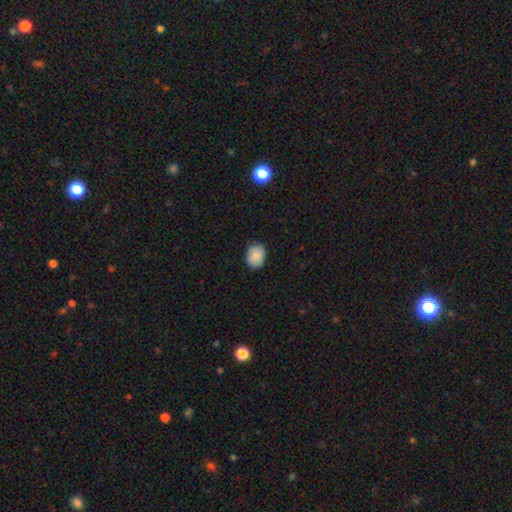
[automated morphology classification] Smooth or featured: smooth — 85% (featured or disk — 8%)
How rounded: in between — 59% (round — 40%)
Merging: none — 82% (minor disturbance — 15%)